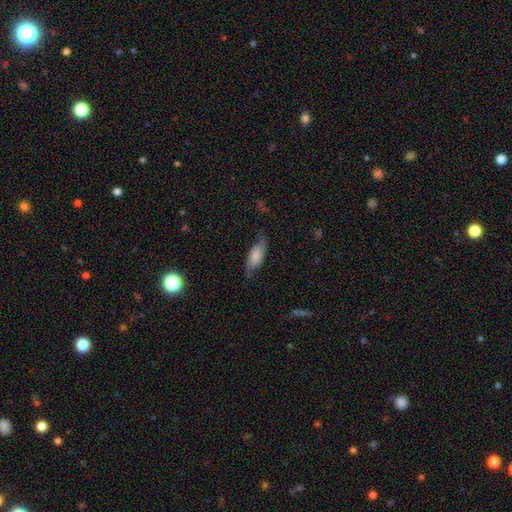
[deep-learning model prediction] Morphology: type=smooth (60%); roundness=in between (79%); merging=none (64%).